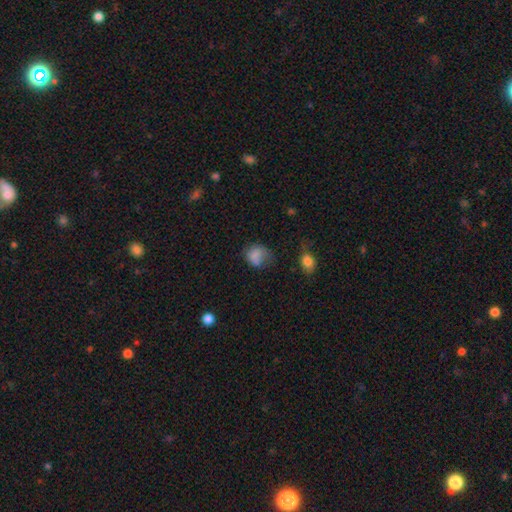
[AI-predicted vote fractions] Morphology: type=smooth (77%); roundness=round (57%); merging=none (41%).